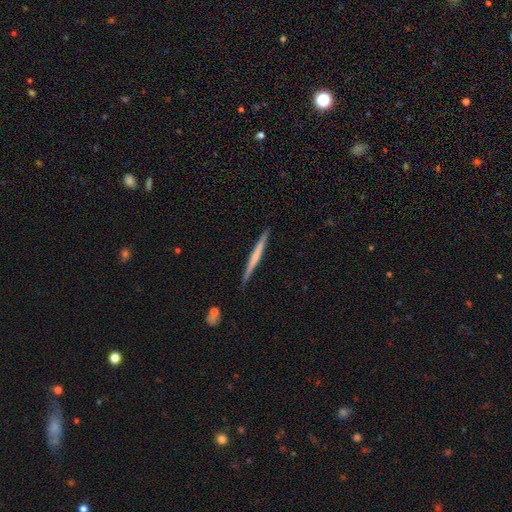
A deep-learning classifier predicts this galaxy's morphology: type=featured or disk (54%); edge-on=yes (97%); edge-on bulge=none (73%); merging=none (88%).